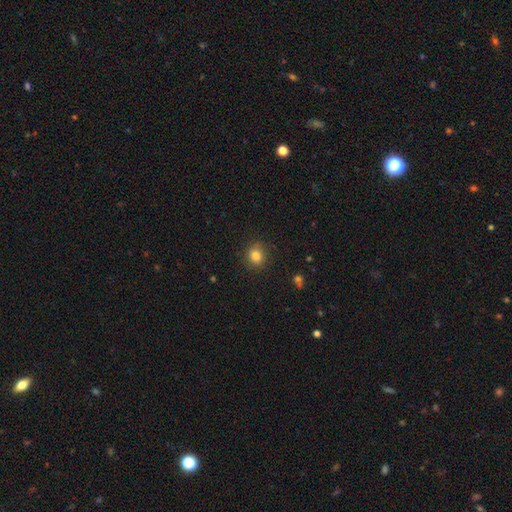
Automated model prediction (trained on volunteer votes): Smooth or featured? smooth (83%)
How rounded? round (74%)
Merging? none (85%)